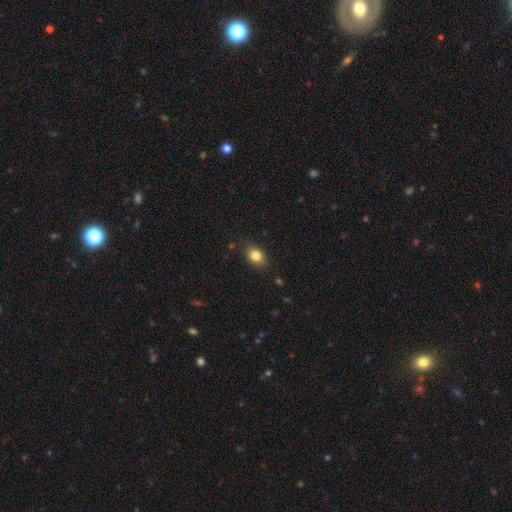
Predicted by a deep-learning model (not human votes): A smooth galaxy with no disk features (83%) that is in between round and cigar-shaped (64%). Merging: none (84%).